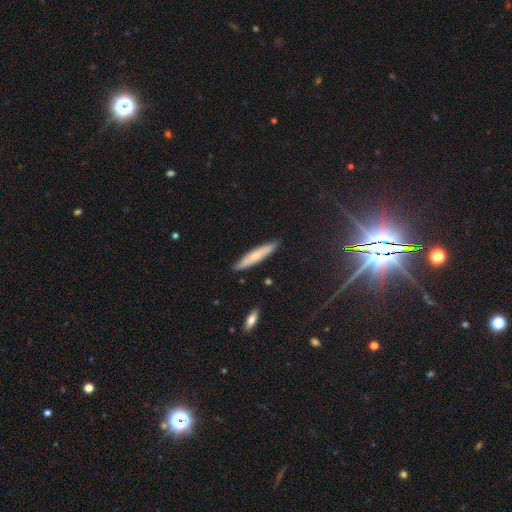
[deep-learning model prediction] A smooth galaxy with no disk features (64%) that is cigar-shaped (90%).

Vote fractions:
- Smooth or featured? smooth: 64% / featured or disk: 29% / star or artifact: 7%
- How rounded? cigar-shaped: 90% / in between: 9% / round: 1%
- Merging? none: 86% / minor disturbance: 11% / major disturbance: 2% / merger: 1%